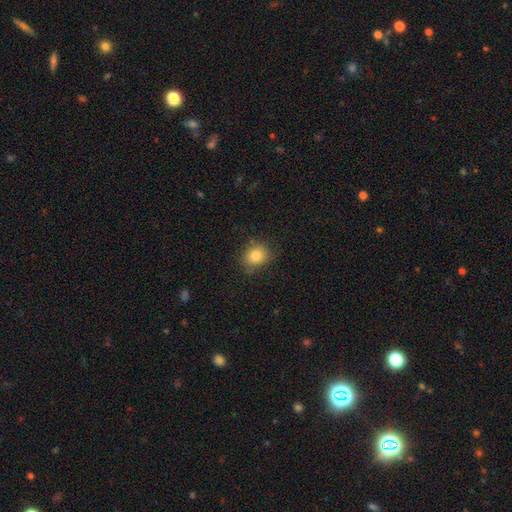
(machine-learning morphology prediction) A smooth galaxy with no disk features (81%) that is round (69%). Merging: none (77%).